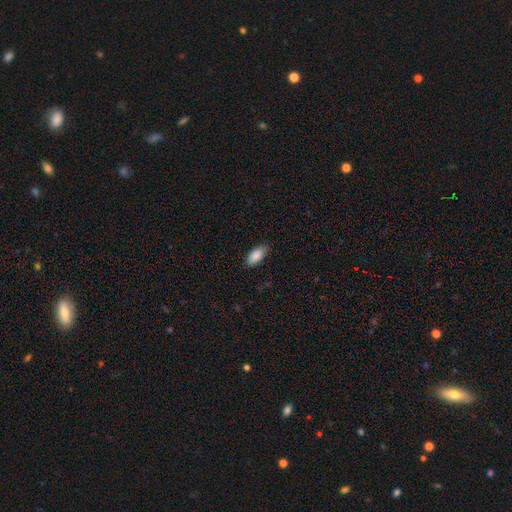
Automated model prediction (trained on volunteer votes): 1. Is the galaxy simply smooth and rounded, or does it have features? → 88% smooth, 6% star or artifact, 6% featured or disk.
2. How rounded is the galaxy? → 89% in between, 8% cigar-shaped, 2% round.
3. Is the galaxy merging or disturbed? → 78% none, 18% minor disturbance, 3% major disturbance, 1% merger.